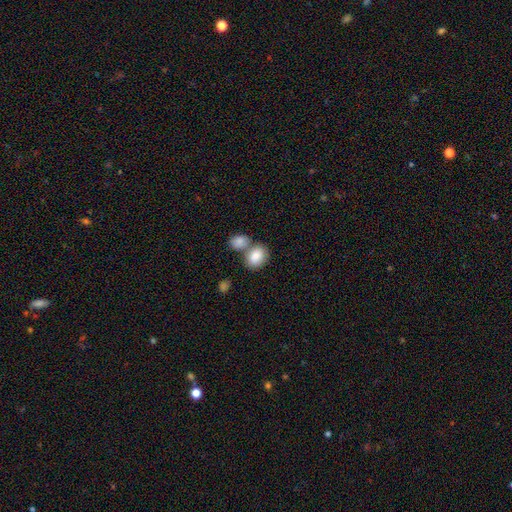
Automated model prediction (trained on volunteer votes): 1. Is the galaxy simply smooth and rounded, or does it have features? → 84% smooth, 9% featured or disk, 7% star or artifact.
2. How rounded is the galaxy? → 67% in between, 32% round, 1% cigar-shaped.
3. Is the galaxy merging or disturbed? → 46% merger, 40% none, 10% minor disturbance, 3% major disturbance.